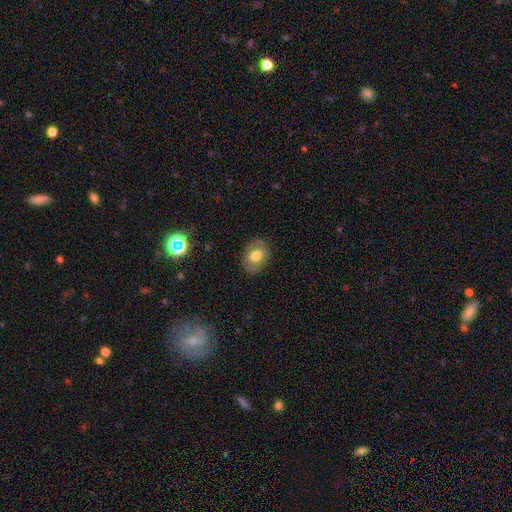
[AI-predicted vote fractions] A smooth galaxy with no disk features (63%) that is in between round and cigar-shaped (64%). Merging: none (82%).